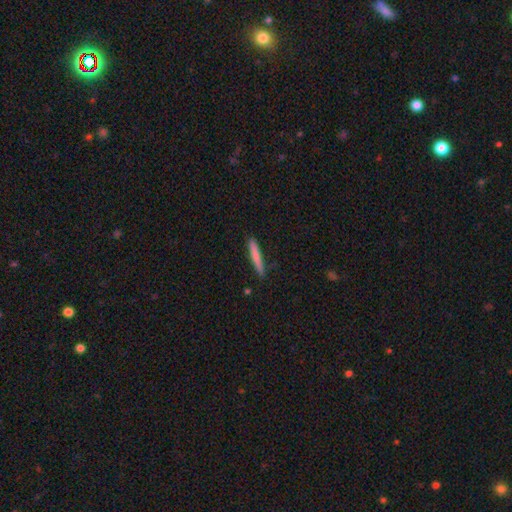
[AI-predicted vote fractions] A smooth galaxy with no disk features (76%) that is cigar-shaped (95%). Merging: none (86%).